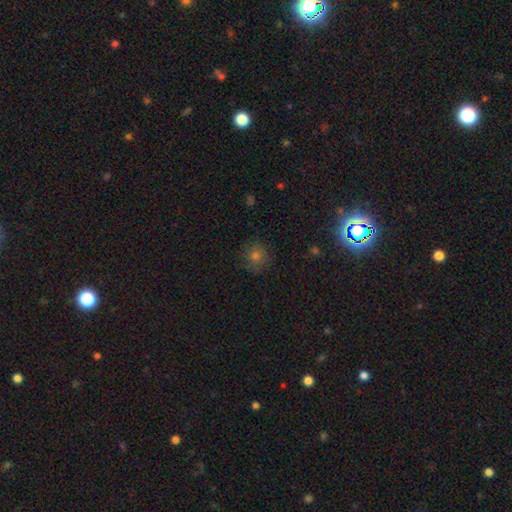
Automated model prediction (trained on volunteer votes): smooth_or_featured: smooth (p=0.66) [alt: star or artifact p=0.25]
how_rounded: round (p=0.91) [alt: in between p=0.08]
merging: none (p=0.84) [alt: minor disturbance p=0.11]